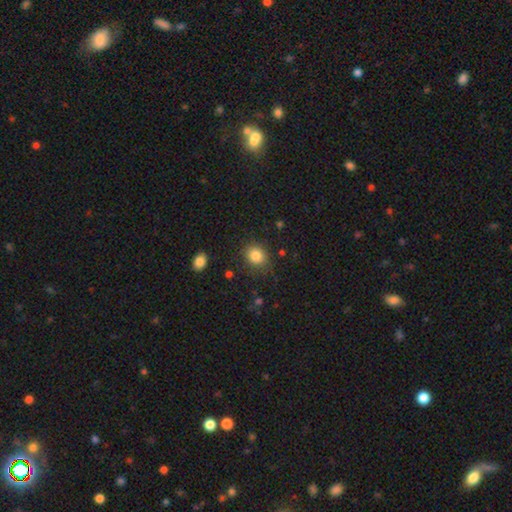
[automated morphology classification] Smooth or featured? smooth (84%)
How rounded? round (69%)
Merging? none (83%)